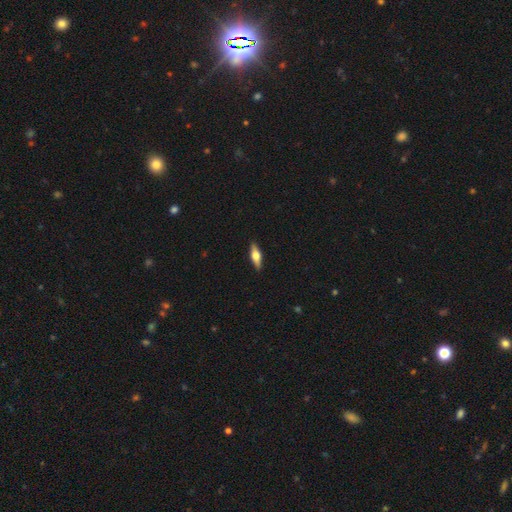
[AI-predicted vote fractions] smooth-or-featured: featured or disk: 51% | smooth: 43% | star or artifact: 6%
  disk-edge-on: yes: 93% | no: 7%
  merging: none: 89% | minor disturbance: 8% | major disturbance: 2% | merger: 1%